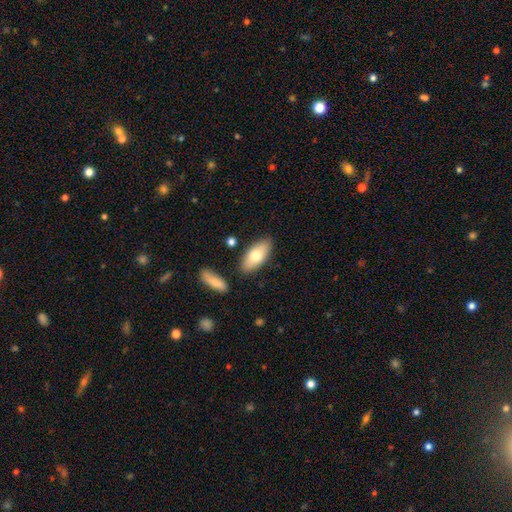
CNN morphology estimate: Smooth or featured? smooth (73%)
How rounded? in between (86%)
Merging? none (83%)